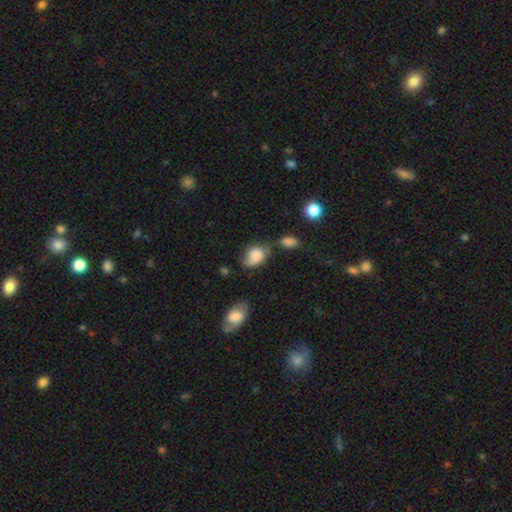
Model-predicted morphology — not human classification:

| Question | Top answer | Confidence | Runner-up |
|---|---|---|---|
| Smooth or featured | smooth | 74% | featured or disk (18%) |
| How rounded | in between | 73% | round (26%) |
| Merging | none | 36% | minor disturbance (34%) |